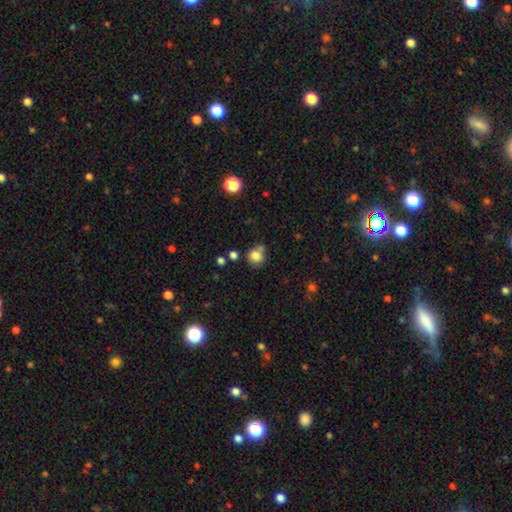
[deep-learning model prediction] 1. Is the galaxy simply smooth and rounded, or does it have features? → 81% smooth, 11% star or artifact, 8% featured or disk.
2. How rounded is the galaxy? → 84% round, 15% in between, 1% cigar-shaped.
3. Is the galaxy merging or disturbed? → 62% none, 17% merger, 16% minor disturbance, 5% major disturbance.